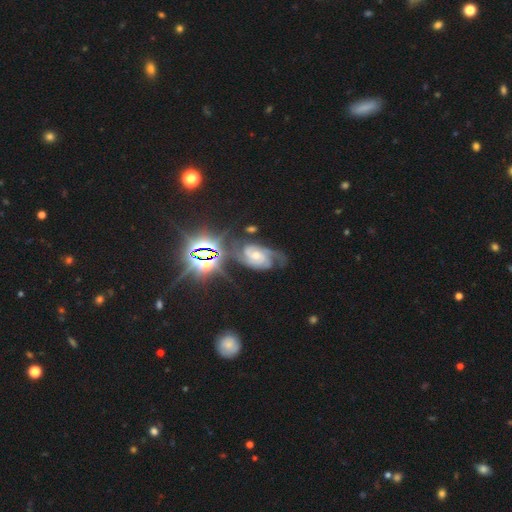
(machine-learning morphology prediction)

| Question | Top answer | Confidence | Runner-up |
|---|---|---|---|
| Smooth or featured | featured or disk | 71% | star or artifact (21%) |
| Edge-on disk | no | 96% | yes (4%) |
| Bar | no | 60% | weak (28%) |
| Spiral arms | yes | 95% | no (5%) |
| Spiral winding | tight | 48% | medium (41%) |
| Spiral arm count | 2 | 52% | 3 (19%) |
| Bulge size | small | 48% | moderate (46%) |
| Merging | none | 59% | minor disturbance (22%) |